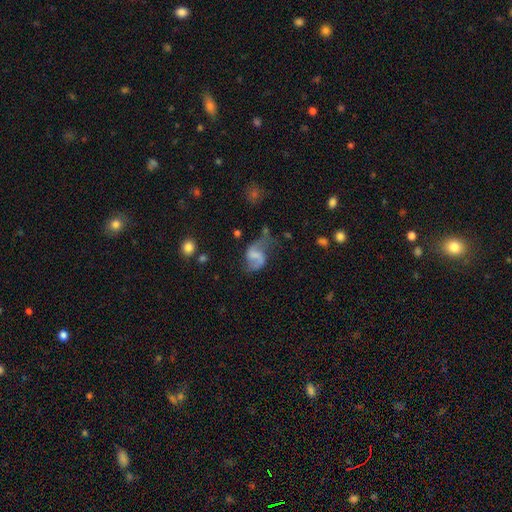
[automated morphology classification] Q: Smooth or featured?
A: featured or disk (70%); runner-up: smooth (22%)
Q: Edge-on disk?
A: no (98%); runner-up: yes (2%)
Q: Bar?
A: weak (46%); runner-up: no (33%)
Q: Spiral arms?
A: yes (88%); runner-up: no (12%)
Q: Spiral winding?
A: loose (63%); runner-up: medium (30%)
Q: Spiral arm count?
A: 2 (86%); runner-up: 1 (7%)
Q: Bulge size?
A: none (50%); runner-up: small (21%)
Q: Merging?
A: none (42%); runner-up: major disturbance (26%)